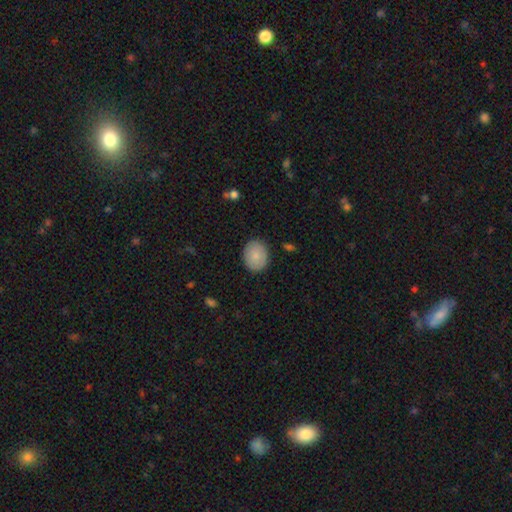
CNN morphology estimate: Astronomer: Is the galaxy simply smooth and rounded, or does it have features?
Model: smooth — 85%.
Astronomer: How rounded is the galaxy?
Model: round — 53% (runner-up: in between, 47%).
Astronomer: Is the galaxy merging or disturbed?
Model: none — 87%.